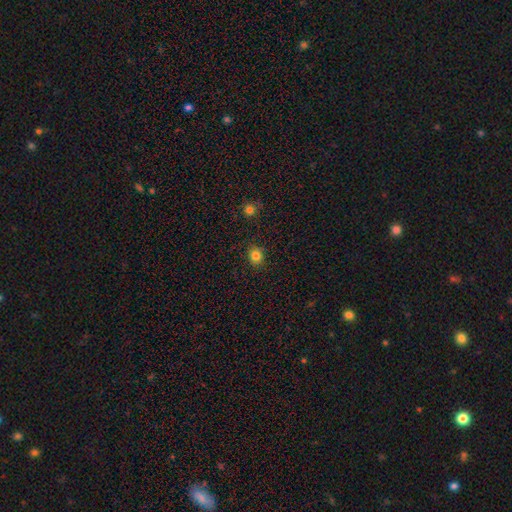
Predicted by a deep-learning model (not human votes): smooth_or_featured: smooth (p=0.82) [alt: star or artifact p=0.13]
how_rounded: round (p=0.73) [alt: in between p=0.26]
merging: none (p=0.88) [alt: minor disturbance p=0.08]